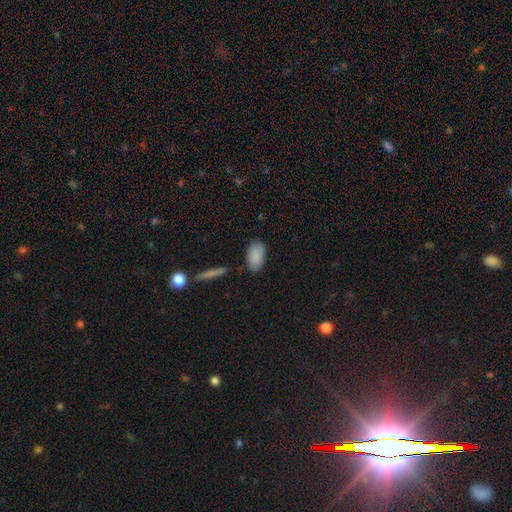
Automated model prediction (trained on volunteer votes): The model was most divided on "merging": none: 83%, minor disturbance: 11%, merger: 3%, major disturbance: 3%. More confident: how rounded — in between (94%); smooth or featured — smooth (89%).